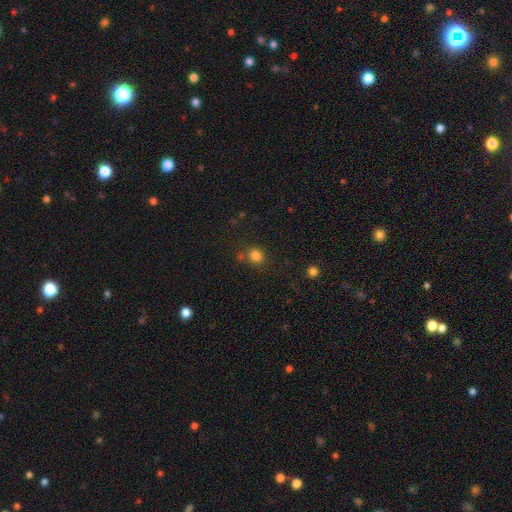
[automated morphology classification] smooth 81%, star or artifact 14%, featured or disk 5%. Down the decision tree: how rounded — round (80%); merging — none (74%).